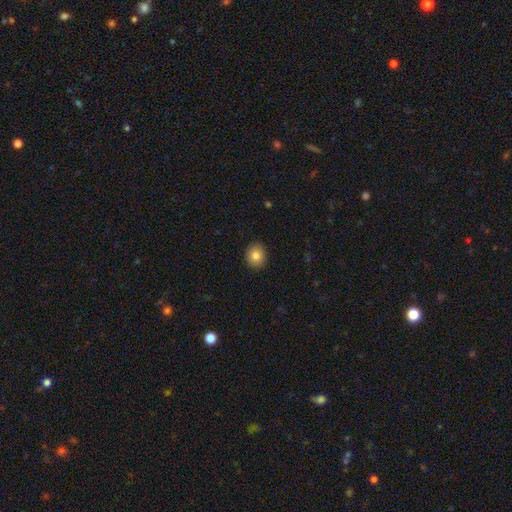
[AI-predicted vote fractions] Smooth or featured?
  - smooth: 82% *
  - star or artifact: 9%
  - featured or disk: 9%
How rounded?
  - round: 73% *
  - in between: 26%
  - cigar-shaped: 1%
Merging?
  - none: 91% *
  - minor disturbance: 7%
  - major disturbance: 2%
  - merger: 1%